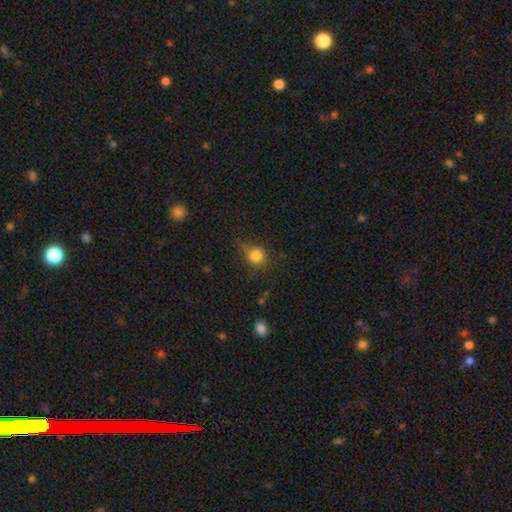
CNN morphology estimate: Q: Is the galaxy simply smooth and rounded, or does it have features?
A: smooth — 80%.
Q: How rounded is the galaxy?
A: round — 78%.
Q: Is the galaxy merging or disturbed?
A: none — 66%.